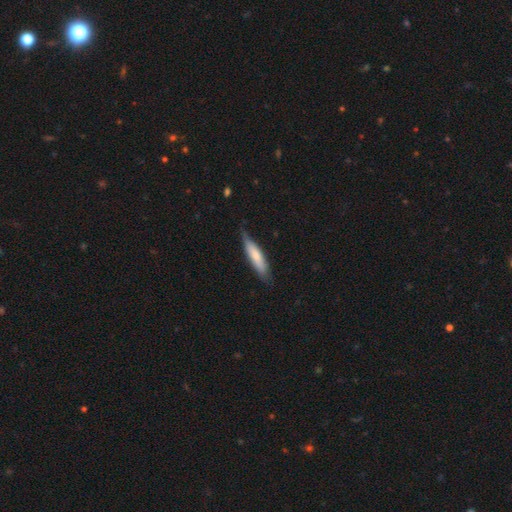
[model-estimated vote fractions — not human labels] smooth-or-featured: smooth: 71% | featured or disk: 24% | star or artifact: 5%
  how-rounded: cigar-shaped: 77% | in between: 21% | round: 1%
  merging: none: 71% | minor disturbance: 24% | major disturbance: 4% | merger: 1%